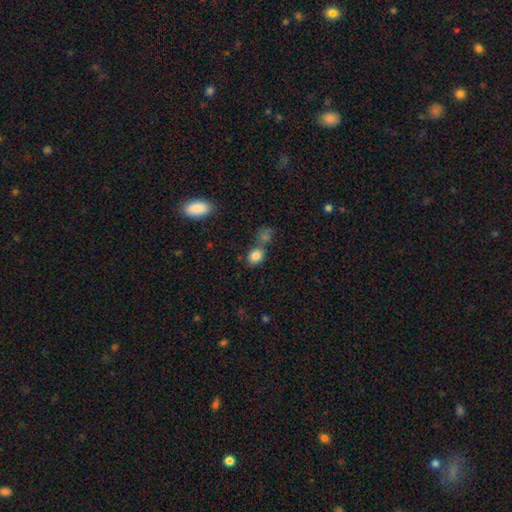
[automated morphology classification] Overall: smooth (83%). How rounded: in between (57%; round 42%). Merging: none (62%; merger 23%).